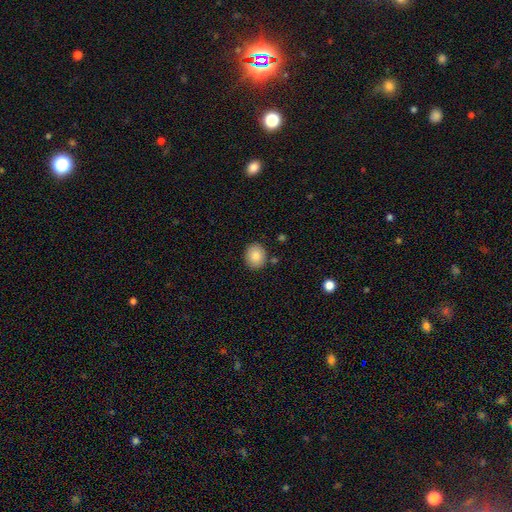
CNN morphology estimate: smooth-or-featured: smooth: 86% | star or artifact: 8% | featured or disk: 6%
  how-rounded: round: 70% | in between: 29% | cigar-shaped: 1%
  merging: none: 86% | minor disturbance: 9% | merger: 3% | major disturbance: 2%